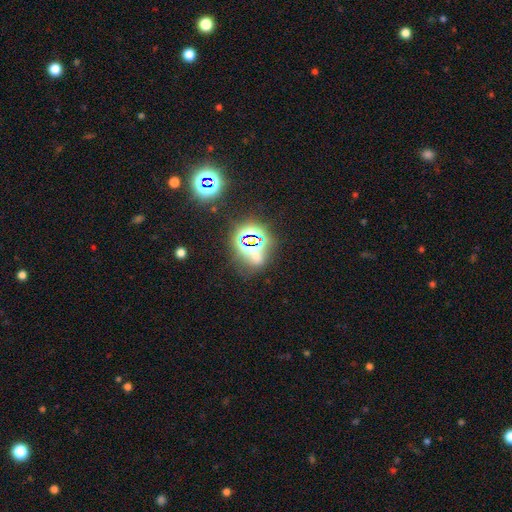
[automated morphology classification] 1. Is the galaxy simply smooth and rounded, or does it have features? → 64% star or artifact, 25% smooth, 11% featured or disk.